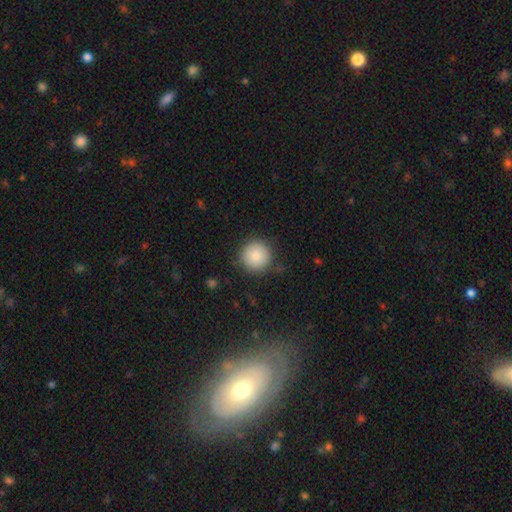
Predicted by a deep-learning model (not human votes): Overall: smooth (84%). How rounded: round (95%). Merging: none (86%).